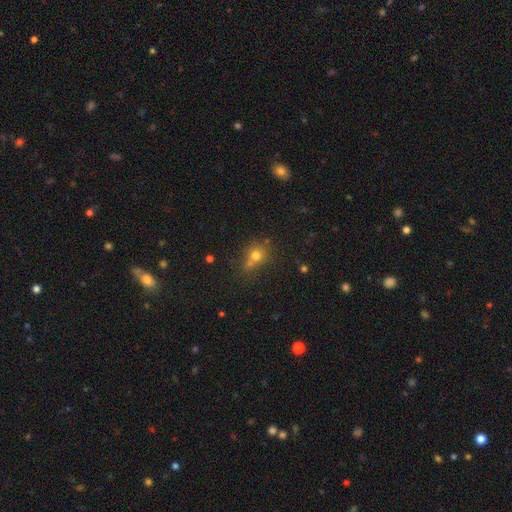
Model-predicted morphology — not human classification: smooth-or-featured: smooth: 70% | star or artifact: 18% | featured or disk: 12%
  how-rounded: round: 79% | in between: 19% | cigar-shaped: 1%
  merging: none: 51% | merger: 29% | minor disturbance: 14% | major disturbance: 6%